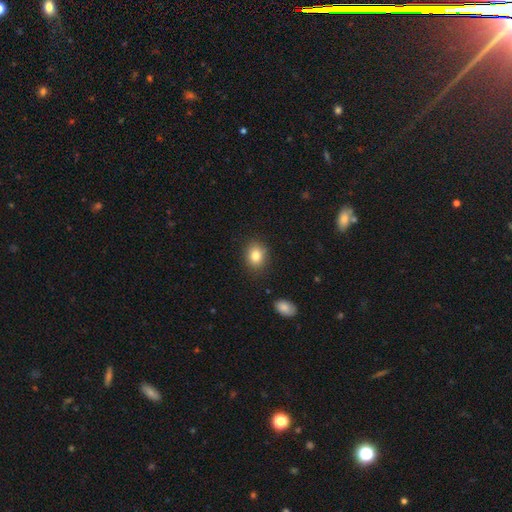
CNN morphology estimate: type=smooth (83%); roundness=round (52%); merging=none (85%).